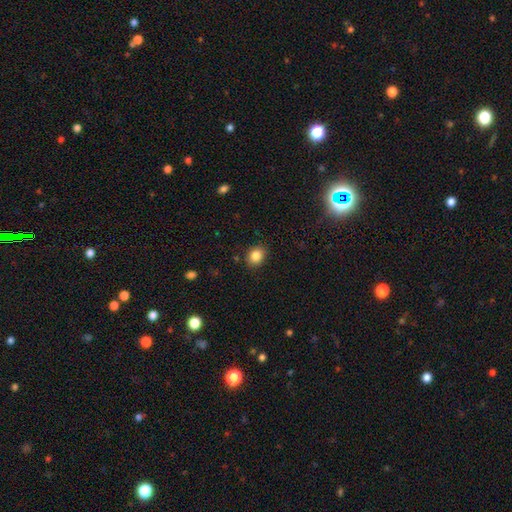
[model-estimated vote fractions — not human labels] A smooth galaxy with no disk features (85%) that is round (56%). Merging: none (88%).